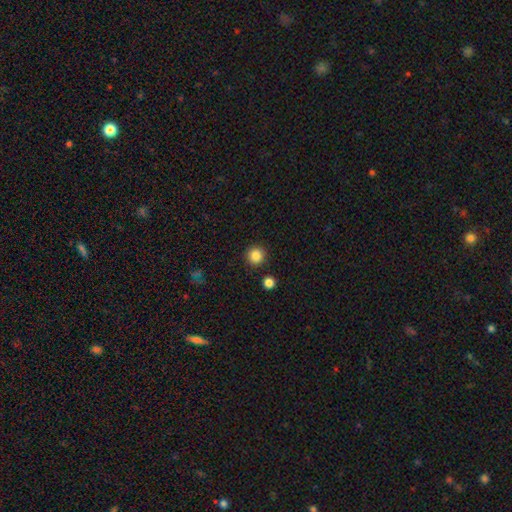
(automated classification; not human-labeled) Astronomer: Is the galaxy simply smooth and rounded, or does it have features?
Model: smooth — 86%.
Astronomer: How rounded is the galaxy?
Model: round — 95%.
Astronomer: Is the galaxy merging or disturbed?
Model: none — 91%.